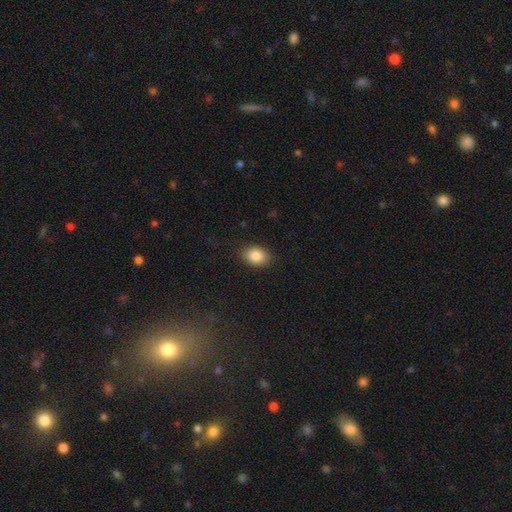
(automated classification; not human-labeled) smooth-or-featured: smooth: 86% | star or artifact: 8% | featured or disk: 5%
  how-rounded: in between: 69% | round: 30% | cigar-shaped: 1%
  merging: none: 86% | minor disturbance: 10% | major disturbance: 3% | merger: 1%